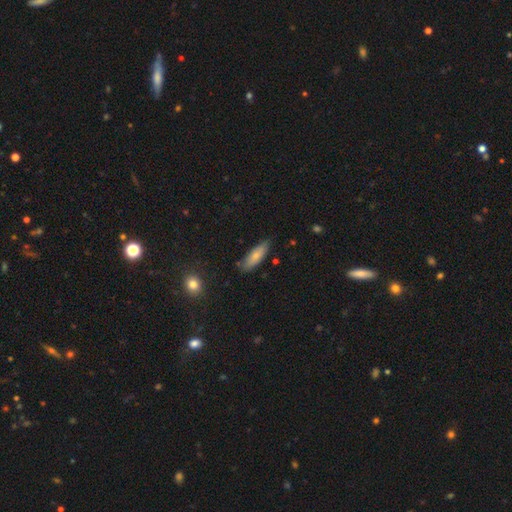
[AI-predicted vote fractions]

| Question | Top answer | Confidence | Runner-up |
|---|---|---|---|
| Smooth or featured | smooth | 77% | featured or disk (17%) |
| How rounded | in between | 58% | cigar-shaped (40%) |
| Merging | none | 75% | minor disturbance (19%) |